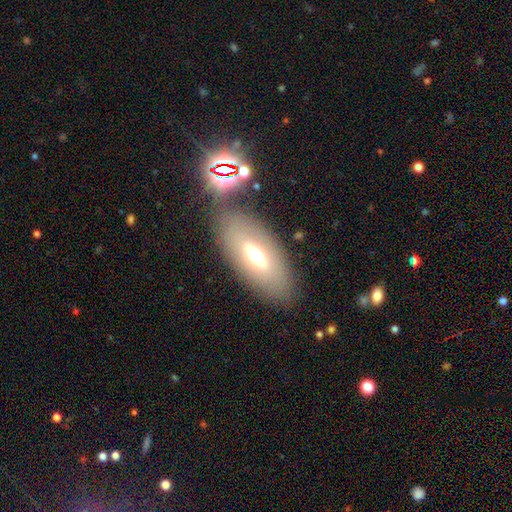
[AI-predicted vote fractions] Smooth or featured?
  - smooth: 57% *
  - featured or disk: 33%
  - star or artifact: 10%
How rounded?
  - in between: 86% *
  - cigar-shaped: 8%
  - round: 5%
Merging?
  - none: 73% *
  - minor disturbance: 12%
  - merger: 10%
  - major disturbance: 6%